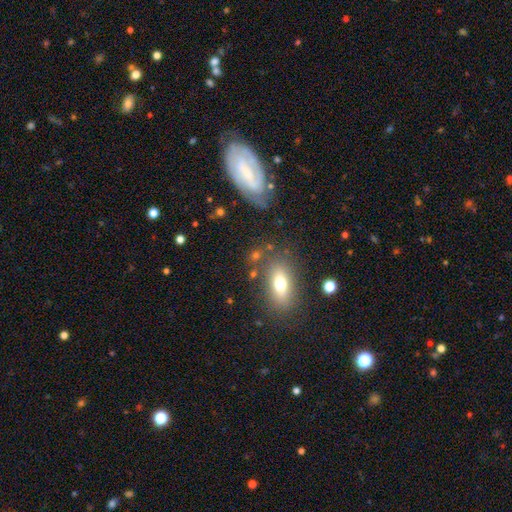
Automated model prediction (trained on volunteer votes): The model was most divided on "smooth or featured": smooth: 57%, featured or disk: 29%, star or artifact: 14%. More confident: merging — none (69%); how rounded — in between (66%).